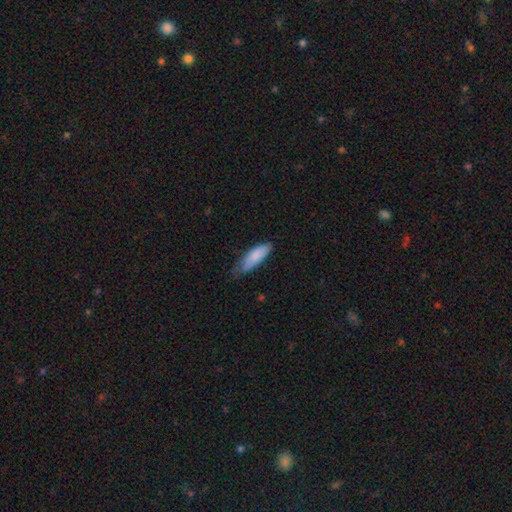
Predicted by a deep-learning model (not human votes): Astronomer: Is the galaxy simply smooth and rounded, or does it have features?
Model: smooth — 84%.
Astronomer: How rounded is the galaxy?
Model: in between — 62% (runner-up: cigar-shaped, 37%).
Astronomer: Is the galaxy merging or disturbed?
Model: none — 54% (runner-up: minor disturbance, 38%).